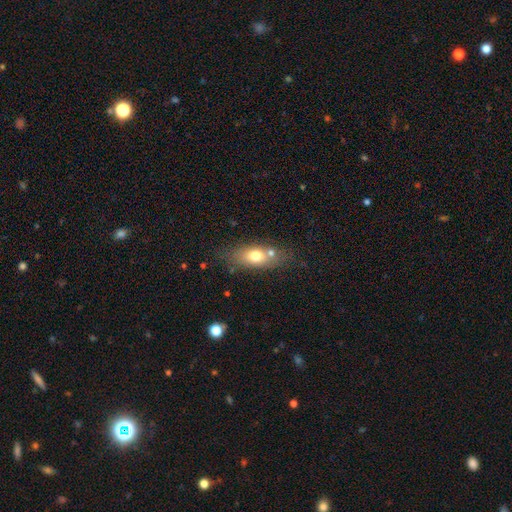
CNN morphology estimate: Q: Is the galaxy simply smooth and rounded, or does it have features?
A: smooth — 70%.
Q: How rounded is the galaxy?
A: in between — 76%.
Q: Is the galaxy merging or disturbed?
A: none — 62%.